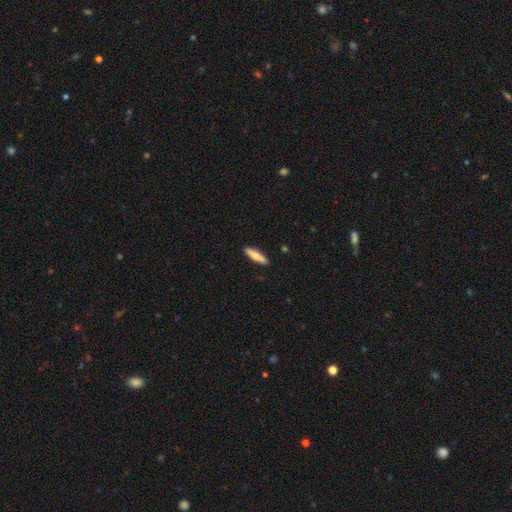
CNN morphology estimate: Smooth or featured? smooth (65%)
How rounded? cigar-shaped (77%)
Merging? none (90%)